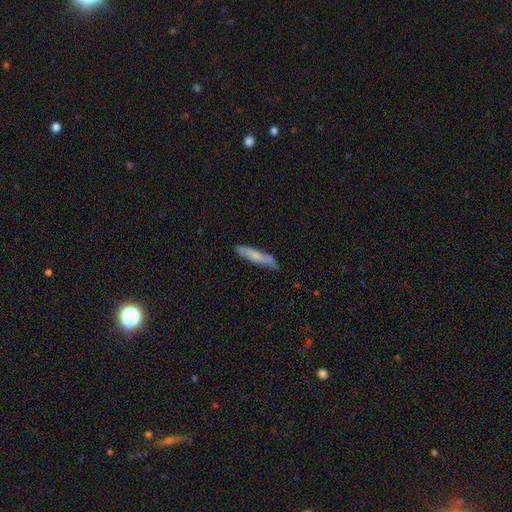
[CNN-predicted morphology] type=smooth (63%); roundness=cigar-shaped (87%); merging=none (76%).